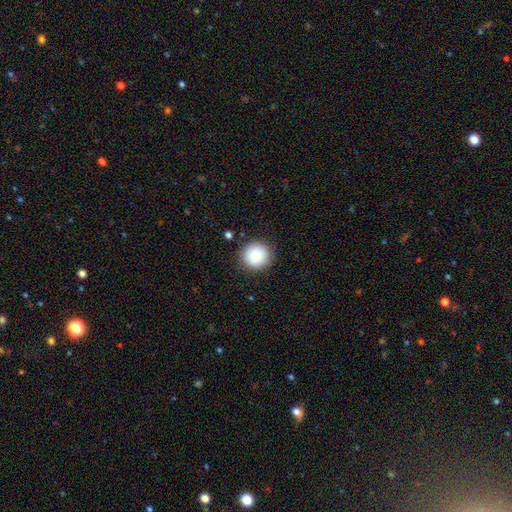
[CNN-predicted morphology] Overall: smooth (89%). How rounded: round (94%). Merging: none (90%).